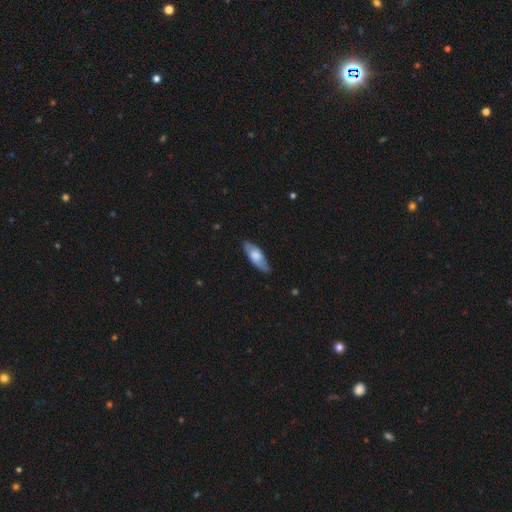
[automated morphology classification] smooth-or-featured: smooth: 60% | featured or disk: 35% | star or artifact: 6%
  how-rounded: in between: 68% | cigar-shaped: 30% | round: 2%
  merging: none: 79% | minor disturbance: 17% | major disturbance: 3% | merger: 1%